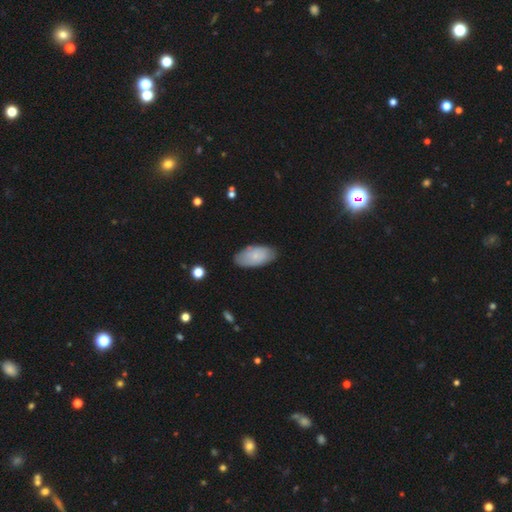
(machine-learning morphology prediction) This is likely a smooth galaxy (71%). How rounded: clearly in between (94%). Merging: likely none (80%).